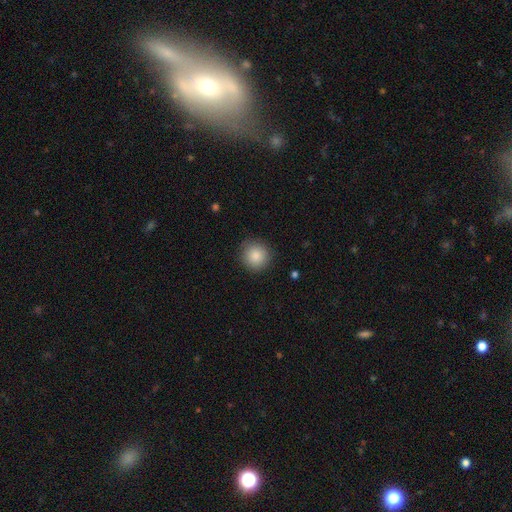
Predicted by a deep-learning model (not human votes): Smooth or featured?
  - smooth: 87% *
  - star or artifact: 8%
  - featured or disk: 5%
How rounded?
  - round: 93% *
  - in between: 6%
  - cigar-shaped: 1%
Merging?
  - none: 89% *
  - minor disturbance: 8%
  - major disturbance: 2%
  - merger: 1%